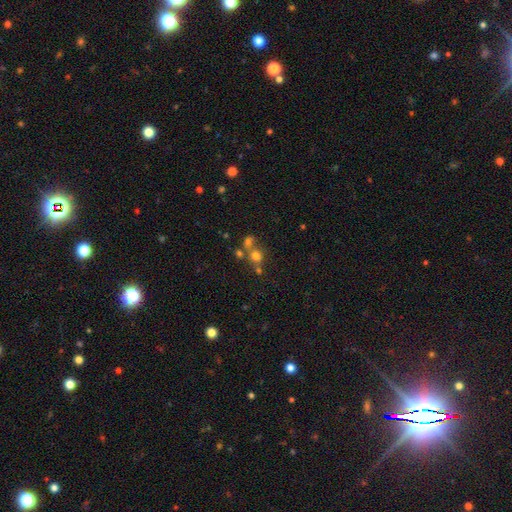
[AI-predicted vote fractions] smooth-or-featured: smooth: 63% | star or artifact: 21% | featured or disk: 16%
  how-rounded: round: 82% | in between: 17% | cigar-shaped: 1%
  merging: none: 48% | merger: 39% | minor disturbance: 8% | major disturbance: 5%